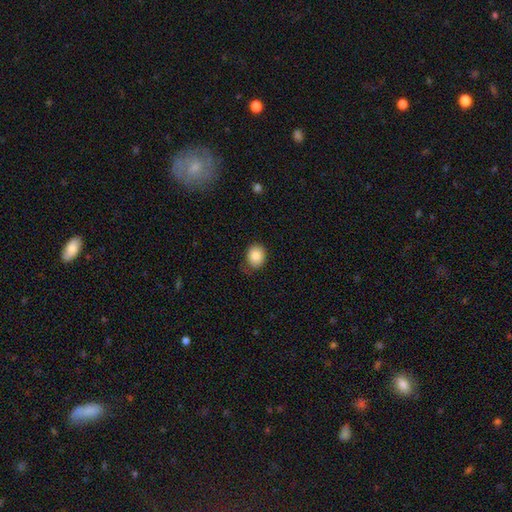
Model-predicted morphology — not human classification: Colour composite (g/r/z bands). It shows a smooth galaxy with no disk features (87%) that is round (62%). Merging: none (68%).